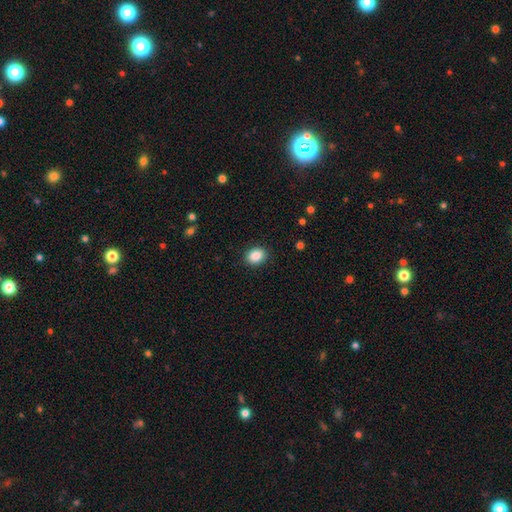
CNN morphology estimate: smooth 88%, star or artifact 8%, featured or disk 3%. Down the decision tree: how rounded — in between (55%); merging — none (89%).